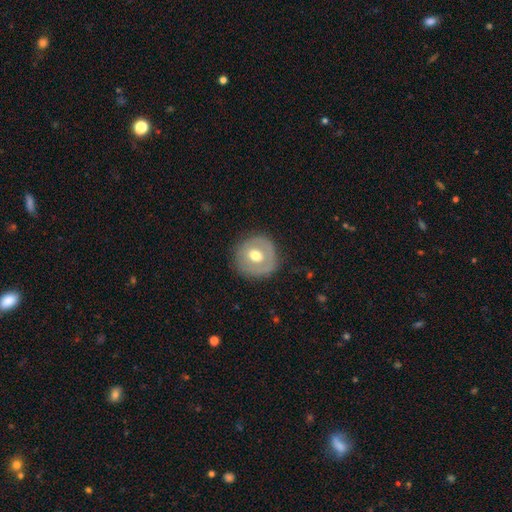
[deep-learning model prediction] Smooth or featured? smooth (53%)
How rounded? round (91%)
Merging? none (82%)